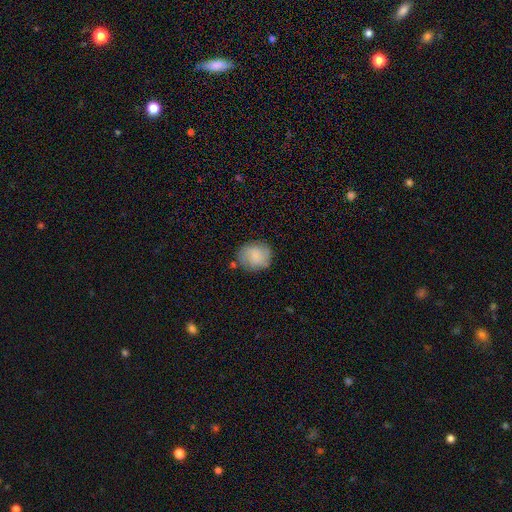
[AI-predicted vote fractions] Smooth or featured? smooth (66%)
How rounded? round (74%)
Merging? none (74%)